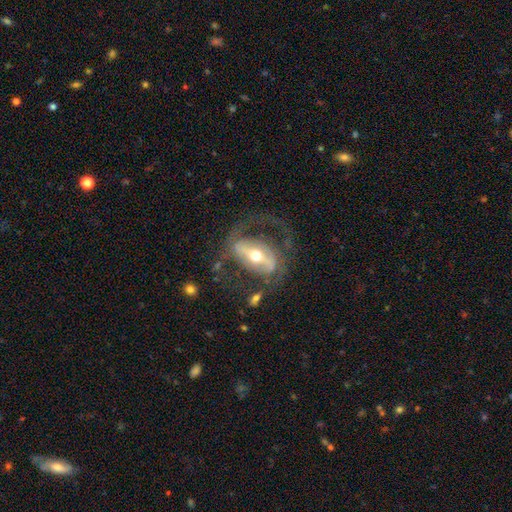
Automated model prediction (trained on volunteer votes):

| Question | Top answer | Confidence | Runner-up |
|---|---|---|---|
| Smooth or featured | featured or disk | 82% | smooth (12%) |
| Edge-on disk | no | 92% | yes (8%) |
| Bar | strong | 62% | weak (25%) |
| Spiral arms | yes | 77% | no (23%) |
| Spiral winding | medium | 47% | loose (33%) |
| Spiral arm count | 2 | 76% | 1 (11%) |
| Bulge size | moderate | 68% | small (24%) |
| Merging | none | 51% | major disturbance (29%) |